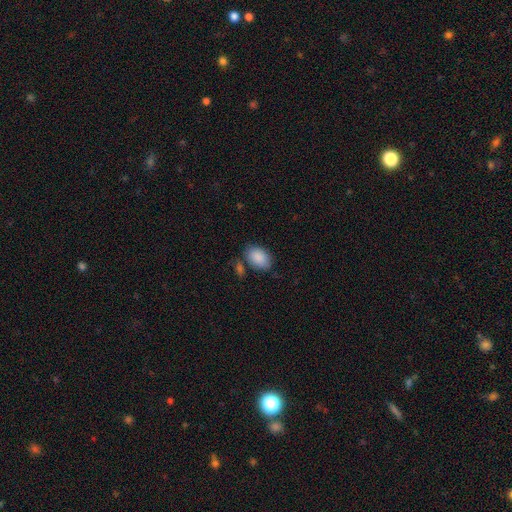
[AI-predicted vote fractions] Q: Smooth or featured?
A: smooth (89%); runner-up: star or artifact (7%)
Q: How rounded?
A: in between (86%); runner-up: round (13%)
Q: Merging?
A: none (70%); runner-up: minor disturbance (17%)